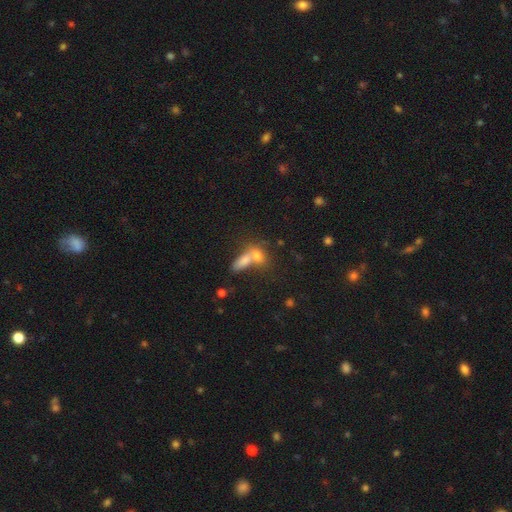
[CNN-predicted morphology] smooth 70%, featured or disk 17%, star or artifact 13%. Down the decision tree: how rounded — in between (63%); merging — merger (59%).